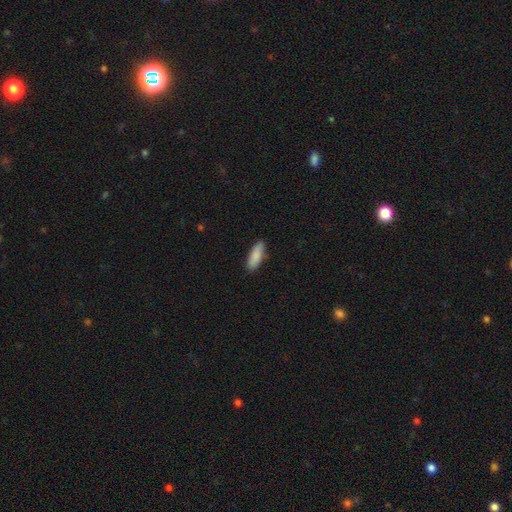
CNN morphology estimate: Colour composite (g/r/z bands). It shows a smooth galaxy with no disk features (88%) that is in between round and cigar-shaped (58%). Merging: none (86%).